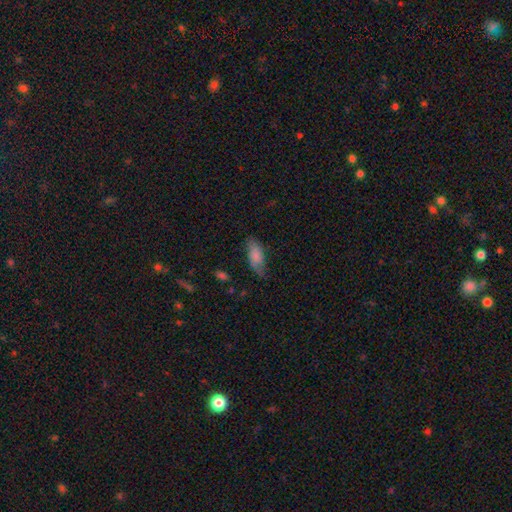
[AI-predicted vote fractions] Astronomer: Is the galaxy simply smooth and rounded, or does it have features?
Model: smooth — 70%.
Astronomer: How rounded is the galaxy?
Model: in between — 85%.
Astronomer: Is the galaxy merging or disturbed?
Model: none — 61%.